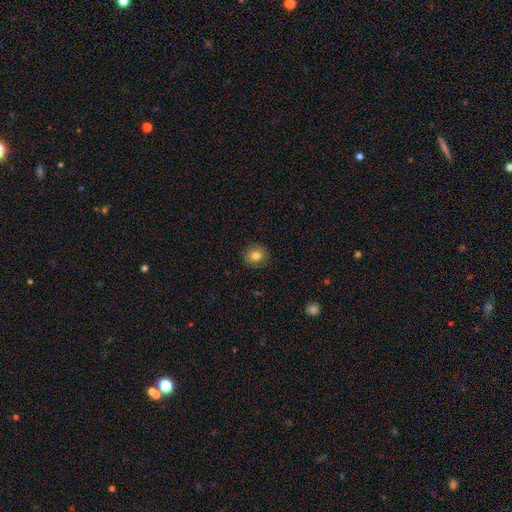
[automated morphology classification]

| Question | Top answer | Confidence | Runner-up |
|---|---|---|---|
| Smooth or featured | smooth | 80% | featured or disk (10%) |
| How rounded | round | 83% | in between (16%) |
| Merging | none | 89% | minor disturbance (8%) |